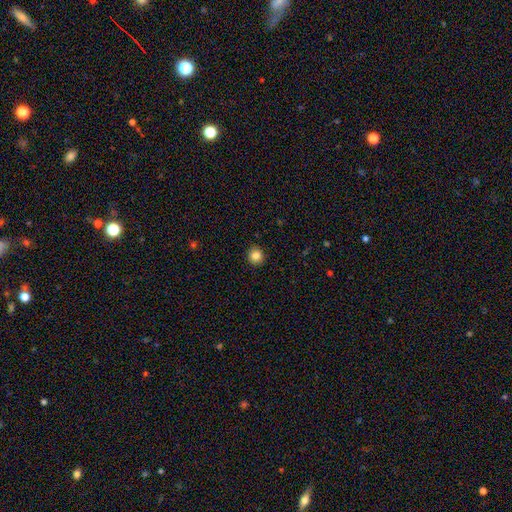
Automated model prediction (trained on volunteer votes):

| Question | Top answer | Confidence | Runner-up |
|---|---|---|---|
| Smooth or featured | smooth | 84% | star or artifact (11%) |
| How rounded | round | 91% | in between (8%) |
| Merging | none | 91% | minor disturbance (6%) |